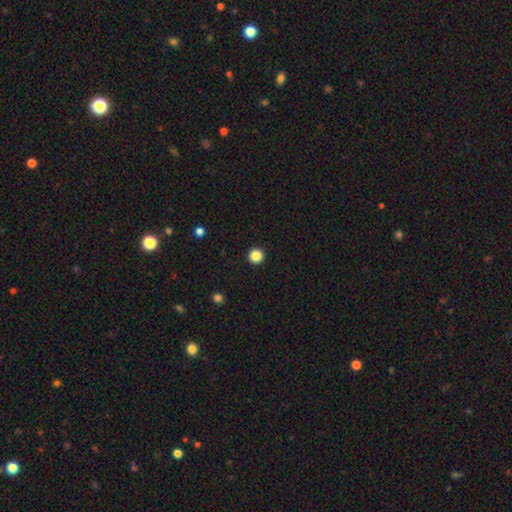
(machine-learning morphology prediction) This appears to be a smooth galaxy with no disk features (86%) that is round (96%). Merging: none (94%).